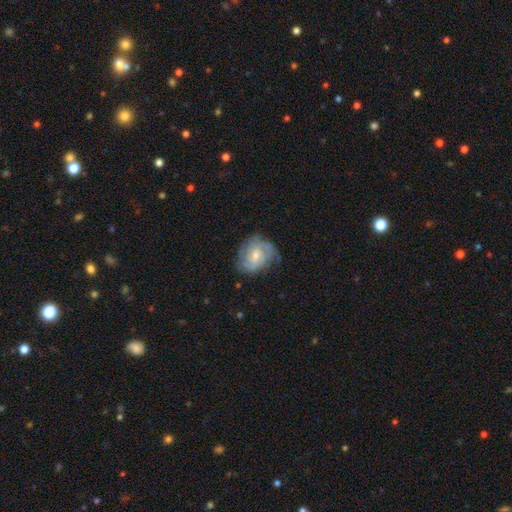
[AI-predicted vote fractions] Morphology: type=featured or disk (65%); edge-on=no (97%); bar=weak (48%); spiral arms=yes (87%); winding=tight (53%); arm count=can't tell (41%); bulge=small (48%); merging=none (62%).